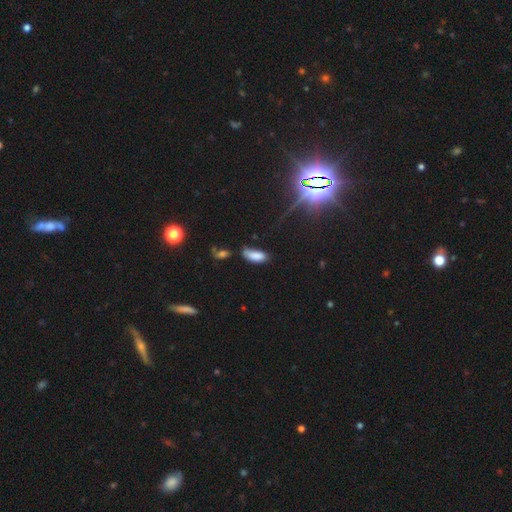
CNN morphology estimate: Smooth or featured: smooth — 82% (star or artifact — 10%)
How rounded: in between — 81% (cigar-shaped — 17%)
Merging: none — 51% (minor disturbance — 31%)